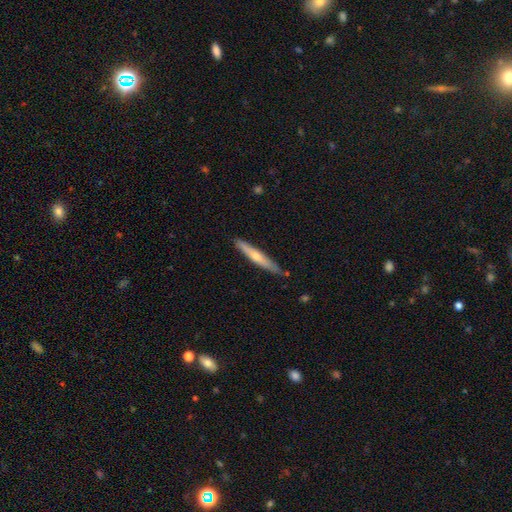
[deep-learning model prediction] smooth-or-featured: featured or disk: 60% | smooth: 33% | star or artifact: 7%
  disk-edge-on: yes: 94% | no: 6%
    edge-on-bulge: rounded: 81% | none: 15% | boxy: 4%
  merging: none: 87% | minor disturbance: 10% | major disturbance: 2% | merger: 1%